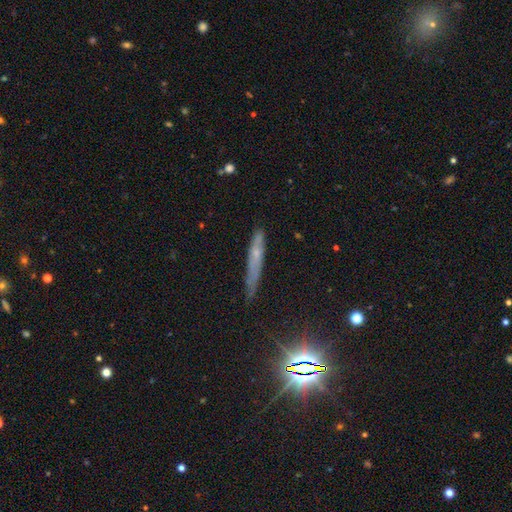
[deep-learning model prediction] Smooth or featured? Predicted: featured or disk (p=0.42, tied with smooth). Merging? Predicted: none (p=0.67).